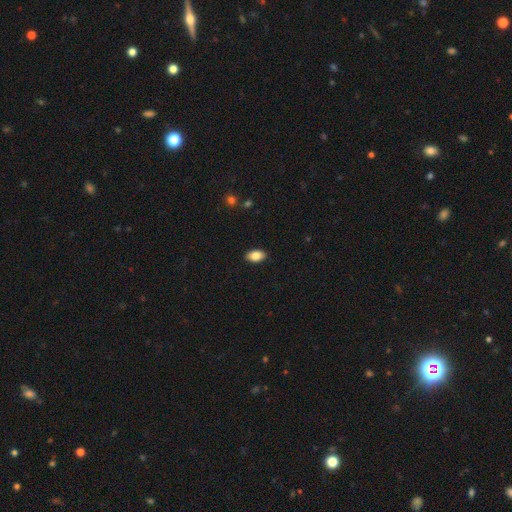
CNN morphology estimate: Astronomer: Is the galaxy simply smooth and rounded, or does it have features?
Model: smooth — 85%.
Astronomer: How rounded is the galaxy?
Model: in between — 92%.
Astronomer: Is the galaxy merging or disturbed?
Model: none — 89%.